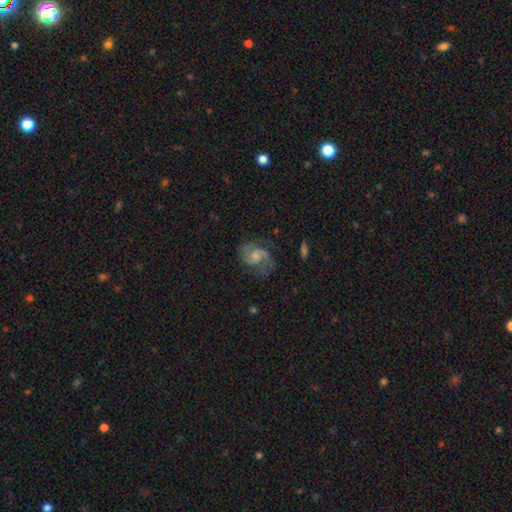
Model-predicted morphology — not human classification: Smooth or featured: featured or disk — 76% (smooth — 14%)
Edge-on disk: no — 97% (yes — 3%)
Bar: no — 55% (weak — 38%)
Spiral arms: yes — 94% (no — 6%)
Spiral winding: medium — 53% (tight — 24%)
Spiral arm count: 2 — 79% (can't tell — 9%)
Bulge size: moderate — 42% (small — 41%)
Merging: none — 70% (minor disturbance — 18%)